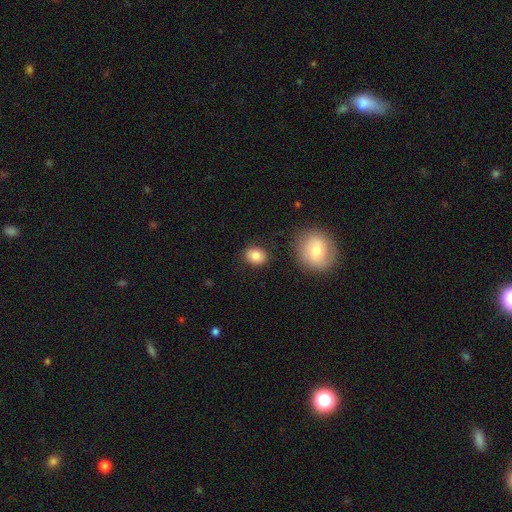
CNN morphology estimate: Q: Smooth or featured?
A: smooth (83%); runner-up: star or artifact (9%)
Q: How rounded?
A: round (53%); runner-up: in between (46%)
Q: Merging?
A: none (86%); runner-up: minor disturbance (9%)